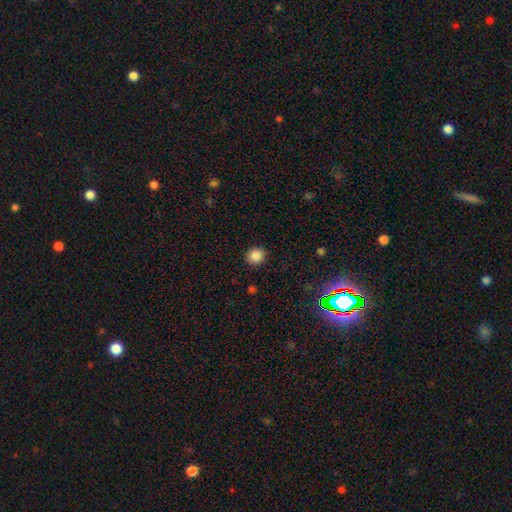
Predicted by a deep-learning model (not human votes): smooth 86%, star or artifact 11%, featured or disk 3%. Down the decision tree: how rounded — round (86%); merging — none (90%).